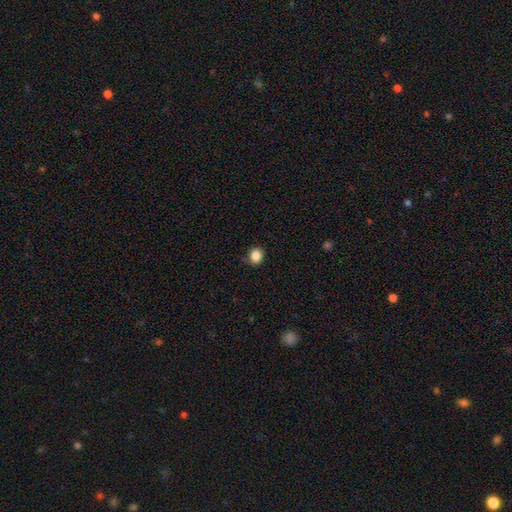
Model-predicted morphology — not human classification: Smooth or featured: smooth — 85% (star or artifact — 11%)
How rounded: round — 76% (in between — 23%)
Merging: none — 79% (minor disturbance — 16%)